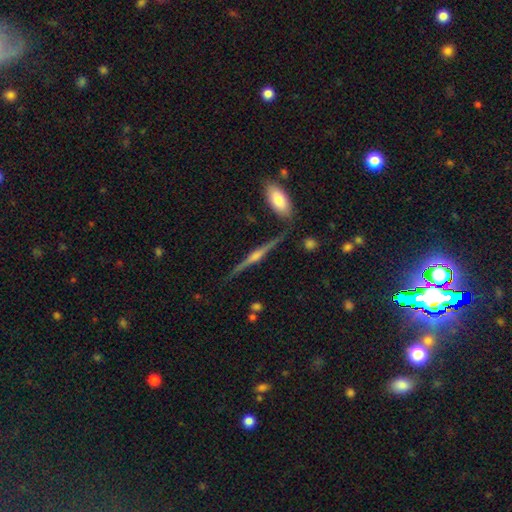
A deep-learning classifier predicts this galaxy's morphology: This appears to be a featured or disk galaxy (79%) viewed edge-on (97%) with a rounded central bulge (80%). Merging: none (84%).